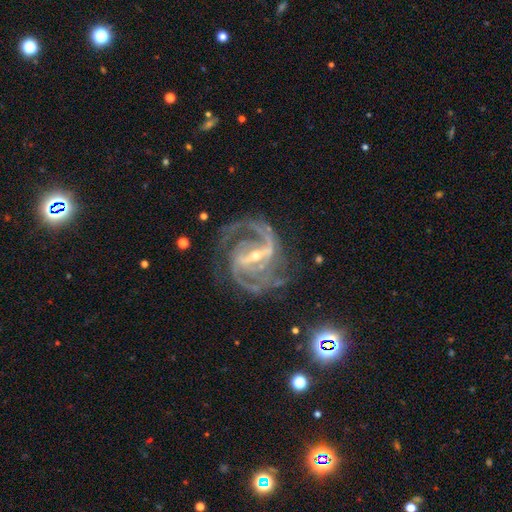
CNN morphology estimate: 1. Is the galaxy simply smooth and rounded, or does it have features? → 92% featured or disk, 6% star or artifact, 2% smooth.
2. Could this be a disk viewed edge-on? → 97% no, 3% yes.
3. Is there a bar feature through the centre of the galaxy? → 67% strong, 26% weak, 7% no.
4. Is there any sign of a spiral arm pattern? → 98% yes, 2% no.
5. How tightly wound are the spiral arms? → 57% medium, 28% tight, 15% loose.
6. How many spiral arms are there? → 67% 2, 15% 3, 7% can't tell, 4% 4, 4% 1, 4% more than 4.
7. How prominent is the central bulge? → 66% small, 30% moderate, 2% none, 2% large, 1% dominant.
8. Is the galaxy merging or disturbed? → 68% none, 17% minor disturbance, 13% major disturbance, 2% merger.